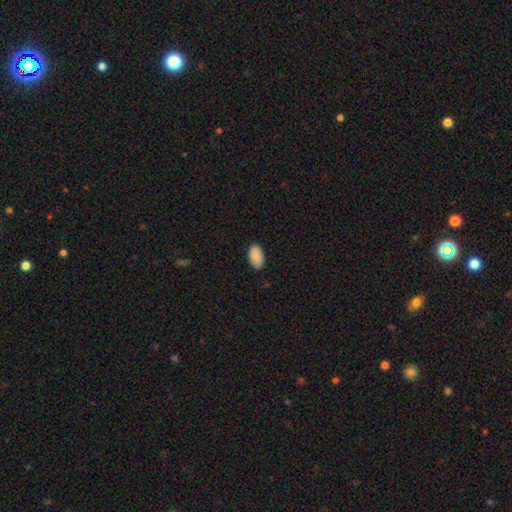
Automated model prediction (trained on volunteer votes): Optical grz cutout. It shows a smooth galaxy with no disk features (89%) that is in between round and cigar-shaped (95%). Merging: none (85%).